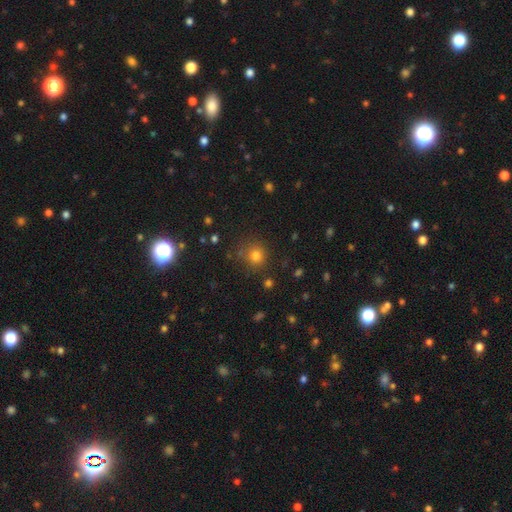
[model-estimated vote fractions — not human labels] Smooth or featured? Predicted: smooth (p=0.78). How rounded? Predicted: round (p=0.90). Merging? Predicted: none (p=0.81).